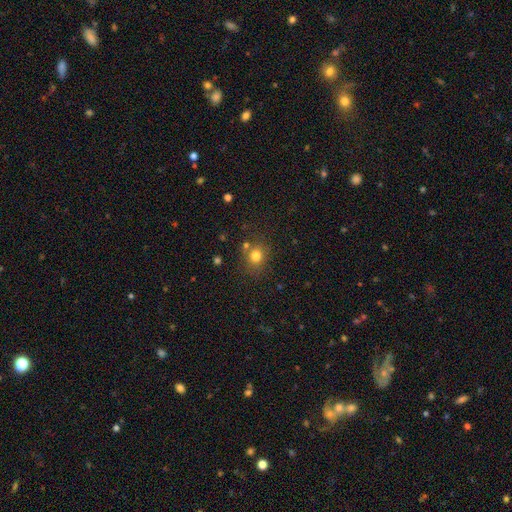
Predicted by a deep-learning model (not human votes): Smooth or featured? Predicted: smooth (p=0.78). How rounded? Predicted: round (p=0.75). Merging? Predicted: none (p=0.71).